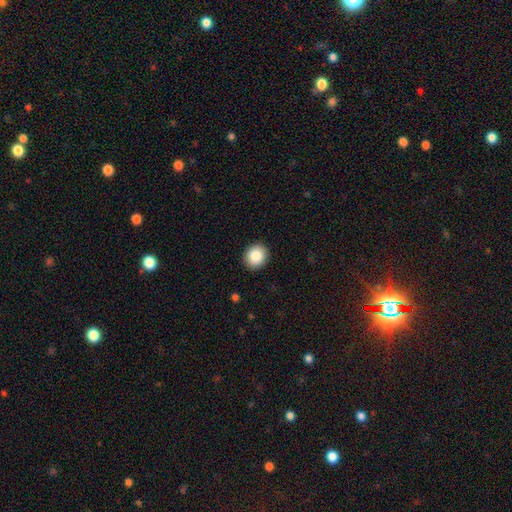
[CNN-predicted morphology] A smooth galaxy with no disk features (86%) that is round (74%). Merging: none (91%).